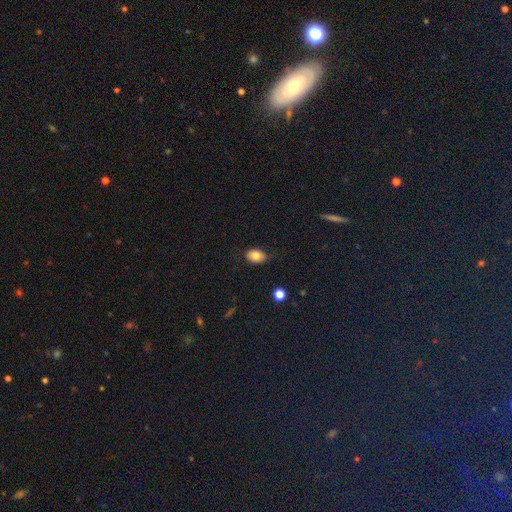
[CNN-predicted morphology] A smooth galaxy with no disk features (83%) that is in between round and cigar-shaped (77%). Merging: none (78%).